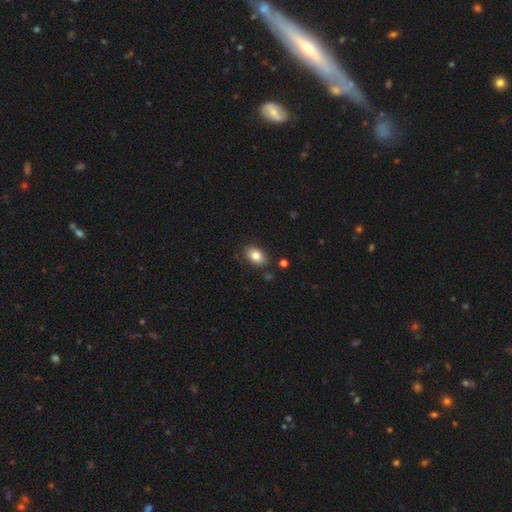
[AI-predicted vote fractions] This is clearly a smooth galaxy (83%). How rounded: clearly in between (88%). Merging: clearly none (84%).